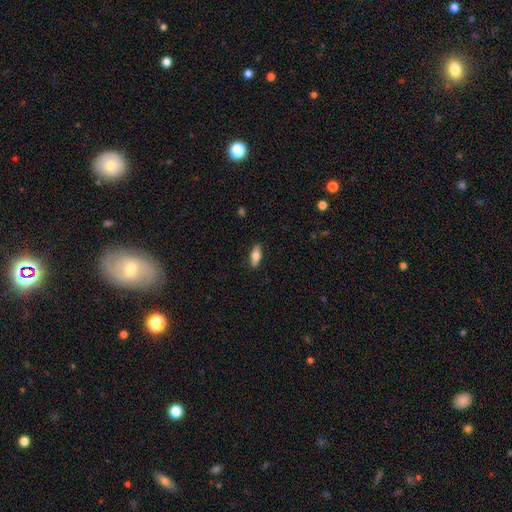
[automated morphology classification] smooth 73%, featured or disk 20%, star or artifact 6%. Down the decision tree: how rounded — in between (74%); merging — none (87%).